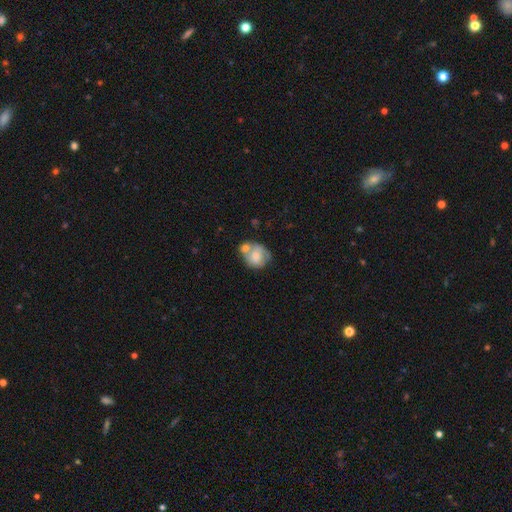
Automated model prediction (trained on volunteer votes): smooth_or_featured: smooth (p=0.59) [alt: featured or disk p=0.34]
how_rounded: round (p=0.69) [alt: in between p=0.30]
merging: merger (p=0.43) [alt: none p=0.31]